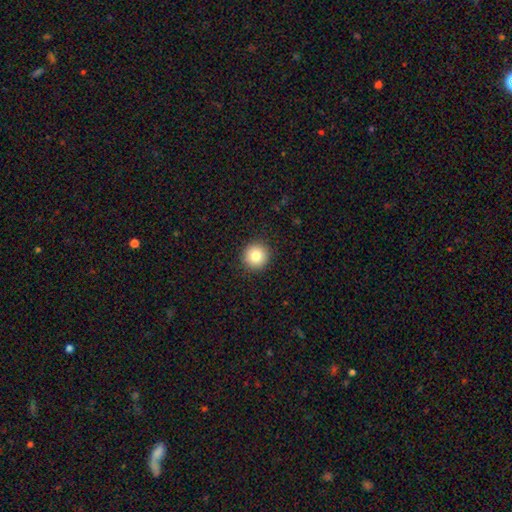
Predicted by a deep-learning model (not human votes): Q: Smooth or featured?
A: smooth (82%); runner-up: star or artifact (10%)
Q: How rounded?
A: round (95%); runner-up: in between (4%)
Q: Merging?
A: none (92%); runner-up: minor disturbance (5%)